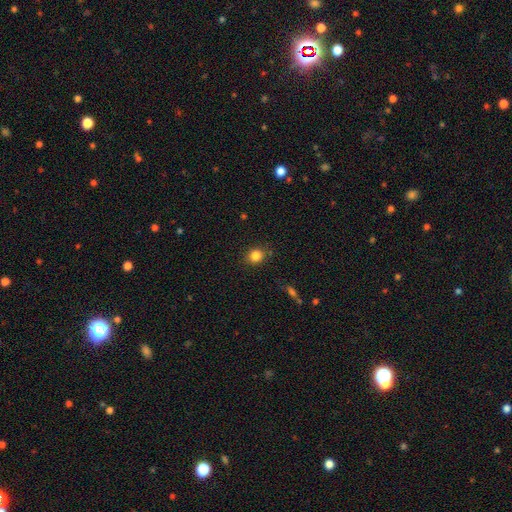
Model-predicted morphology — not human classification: A smooth galaxy with no disk features (83%) that is round (74%). Merging: none (84%).